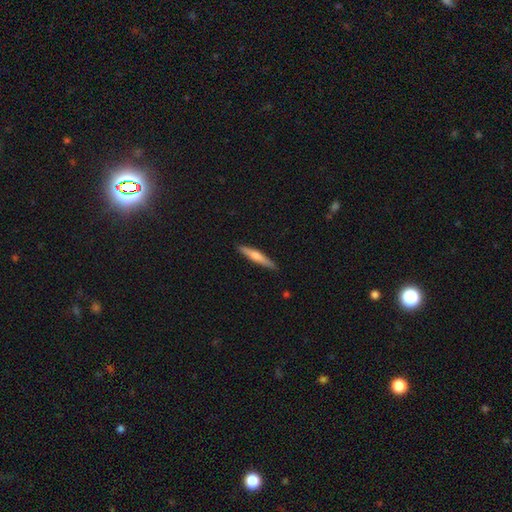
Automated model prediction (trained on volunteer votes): smooth_or_featured: smooth (p=0.47) [tied with: featured or disk p=0.47]
merging: none (p=0.90) [alt: minor disturbance p=0.07]